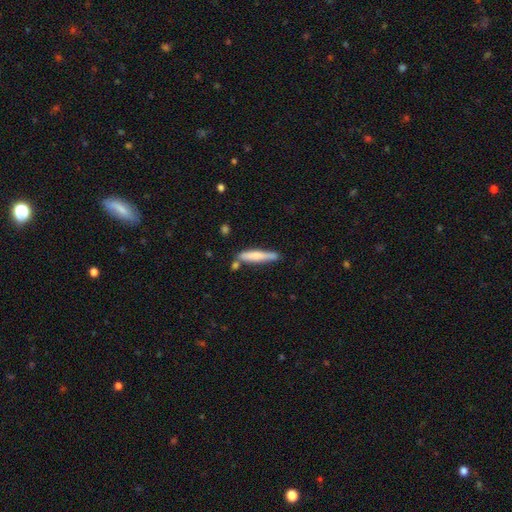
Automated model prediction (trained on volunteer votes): A smooth galaxy with no disk features (67%) that is cigar-shaped (91%).

Vote fractions:
- Smooth or featured? smooth: 67% / featured or disk: 27% / star or artifact: 5%
- How rounded? cigar-shaped: 91% / in between: 7% / round: 1%
- Merging? none: 69% / minor disturbance: 18% / merger: 9% / major disturbance: 4%